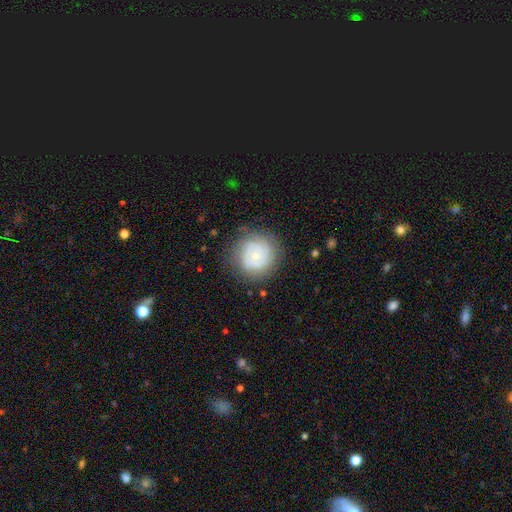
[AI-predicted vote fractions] smooth-or-featured: featured or disk: 53% | smooth: 39% | star or artifact: 8%
  disk-edge-on: no: 98% | yes: 2%
    bar: no: 82% | weak: 16% | strong: 3%
    has-spiral-arms: yes: 75% | no: 25%
    bulge-size: small: 76% | moderate: 18% | none: 3% | large: 2% | dominant: 1%
  merging: none: 77% | minor disturbance: 15% | major disturbance: 6% | merger: 1%